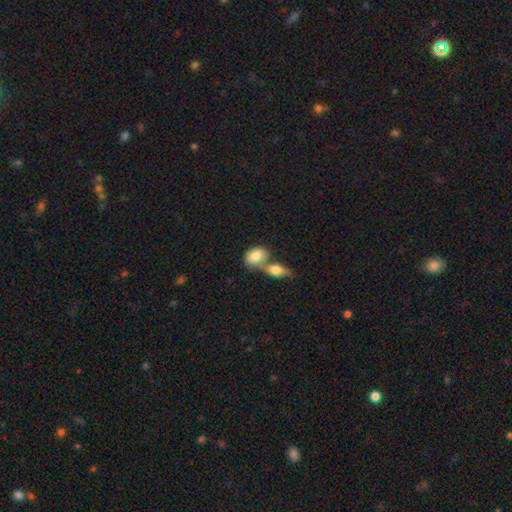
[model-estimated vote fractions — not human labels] Overall: smooth (81%). How rounded: in between (85%). Merging: merger (60%; none 27%).